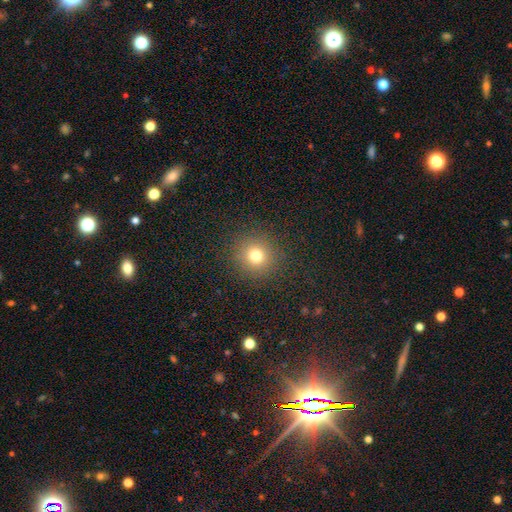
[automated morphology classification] Smooth or featured?
  - smooth: 76% *
  - star or artifact: 17%
  - featured or disk: 7%
How rounded?
  - round: 92% *
  - in between: 7%
  - cigar-shaped: 1%
Merging?
  - none: 90% *
  - minor disturbance: 6%
  - major disturbance: 3%
  - merger: 1%